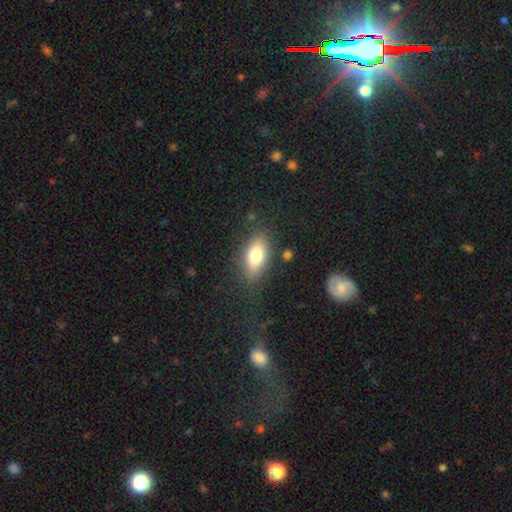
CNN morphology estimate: Smooth or featured? Predicted: smooth (p=0.76). How rounded? Predicted: in between (p=0.87). Merging? Predicted: none (p=0.79).